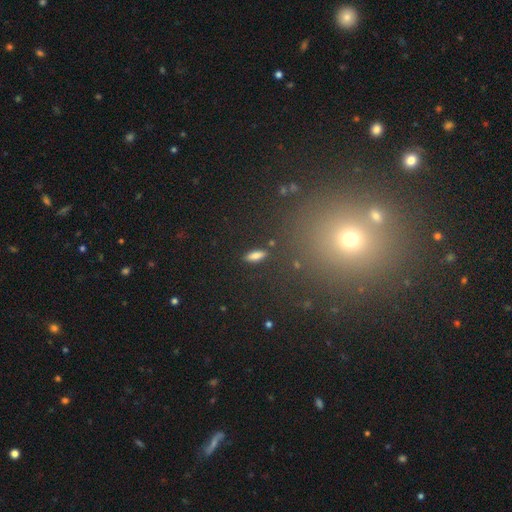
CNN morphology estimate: Smooth or featured? smooth (79%)
How rounded? in between (63%)
Merging? none (87%)